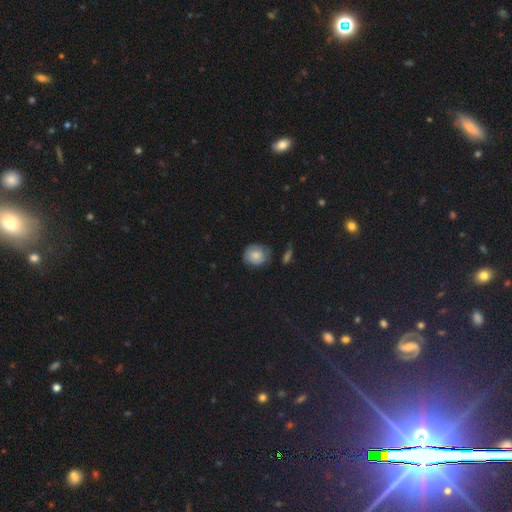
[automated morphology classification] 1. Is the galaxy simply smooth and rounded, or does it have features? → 75% smooth, 17% featured or disk, 8% star or artifact.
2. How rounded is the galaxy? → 73% round, 26% in between, 1% cigar-shaped.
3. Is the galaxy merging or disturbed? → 64% none, 26% minor disturbance, 6% major disturbance, 4% merger.